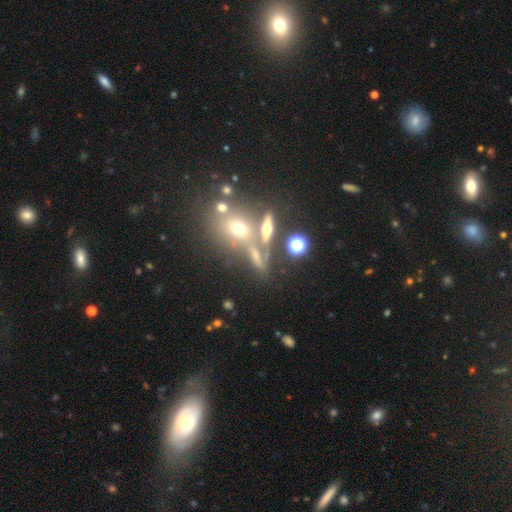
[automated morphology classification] type=smooth (49%); merging=none (47%).